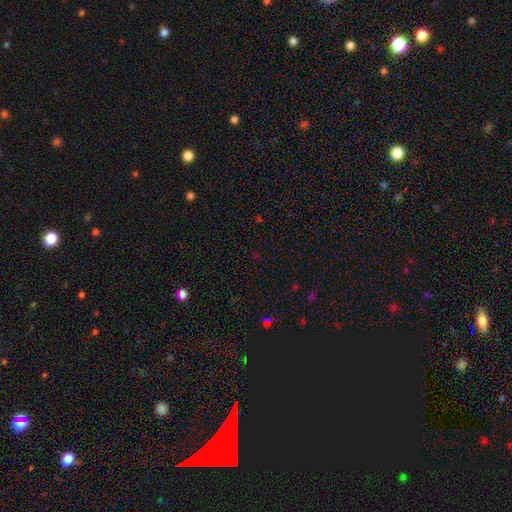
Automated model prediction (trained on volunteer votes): smooth-or-featured: star or artifact: 65% | smooth: 28% | featured or disk: 7%